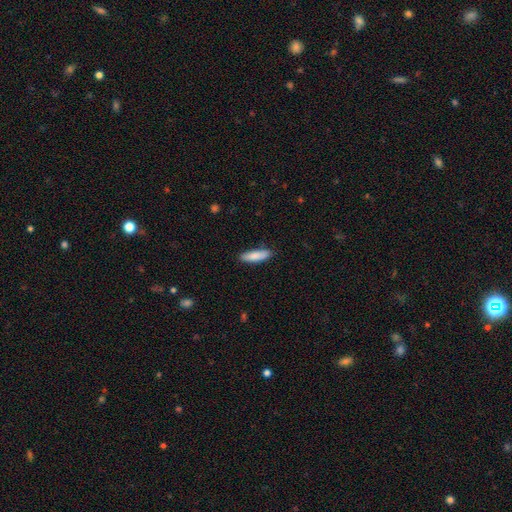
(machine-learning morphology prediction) Smooth or featured? Predicted: smooth (p=0.86). How rounded? Predicted: cigar-shaped (p=0.61). Merging? Predicted: none (p=0.86).